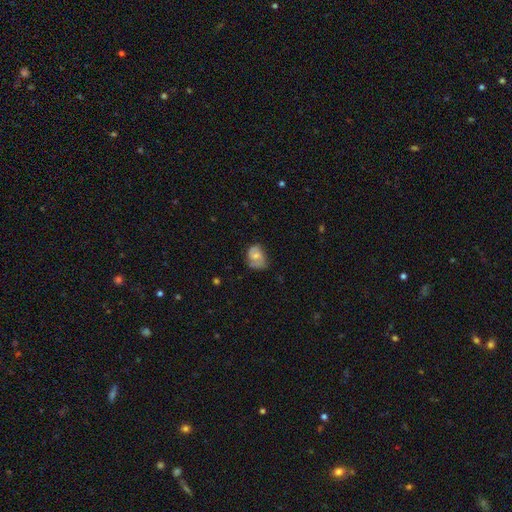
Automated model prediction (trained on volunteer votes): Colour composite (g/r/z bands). It shows a smooth galaxy with no disk features (47%). Merging: none (52%).